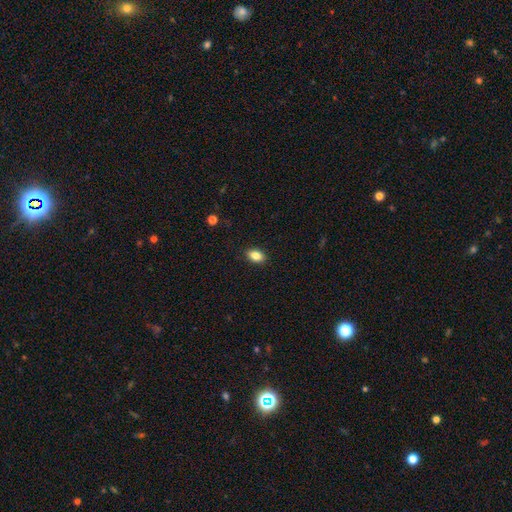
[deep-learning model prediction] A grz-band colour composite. It shows a smooth galaxy with no disk features (85%) that is in between round and cigar-shaped (87%). Merging: none (89%).